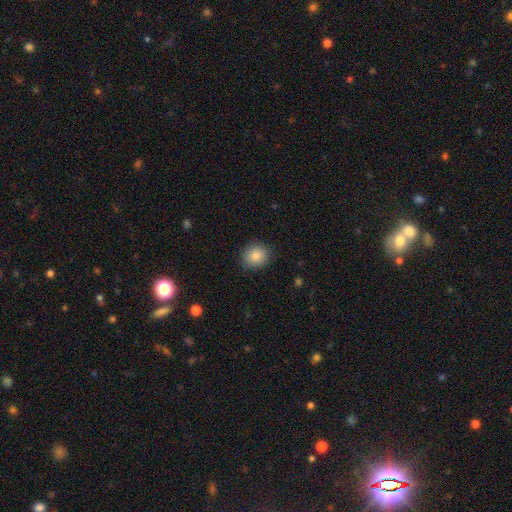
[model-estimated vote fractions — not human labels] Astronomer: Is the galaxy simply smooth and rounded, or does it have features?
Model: smooth — 86%.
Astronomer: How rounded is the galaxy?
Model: round — 77%.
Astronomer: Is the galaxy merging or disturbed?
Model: none — 87%.